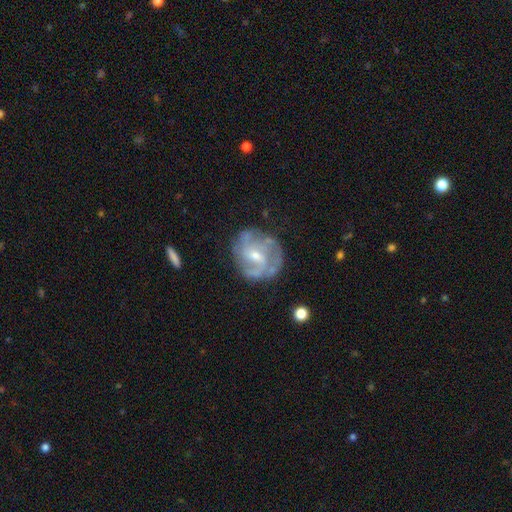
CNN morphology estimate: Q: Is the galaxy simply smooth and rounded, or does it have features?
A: featured or disk — 81%.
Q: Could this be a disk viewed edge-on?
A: no — 98%.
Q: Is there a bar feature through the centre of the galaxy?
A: weak — 46%.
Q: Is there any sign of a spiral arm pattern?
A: yes — 89%.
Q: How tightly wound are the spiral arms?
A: tight — 43%.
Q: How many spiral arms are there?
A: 2 — 31%.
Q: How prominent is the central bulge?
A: small — 52%.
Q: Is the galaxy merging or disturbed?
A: none — 69%.